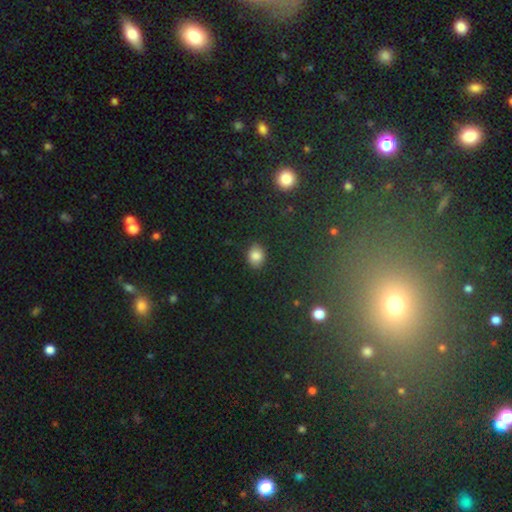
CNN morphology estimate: Q: Smooth or featured?
A: smooth (84%); runner-up: star or artifact (11%)
Q: How rounded?
A: in between (54%); runner-up: round (45%)
Q: Merging?
A: none (83%); runner-up: minor disturbance (13%)